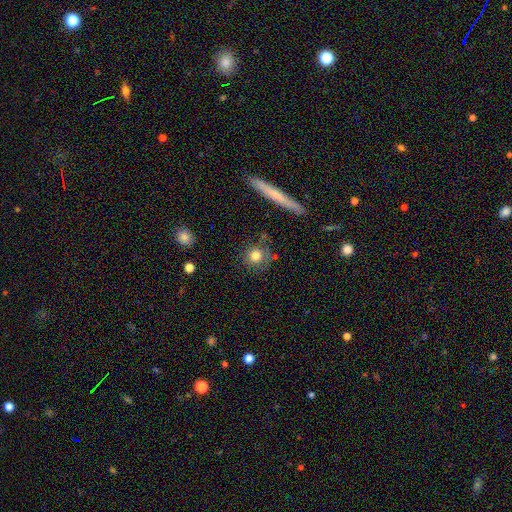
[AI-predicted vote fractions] Smooth or featured?
  - smooth: 78% *
  - featured or disk: 12%
  - star or artifact: 10%
How rounded?
  - round: 86% *
  - in between: 10%
  - cigar-shaped: 3%
Merging?
  - none: 77% *
  - minor disturbance: 13%
  - merger: 5%
  - major disturbance: 5%